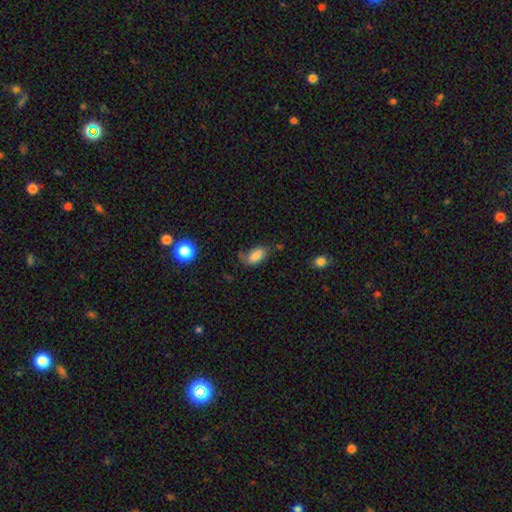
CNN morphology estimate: smooth-or-featured: smooth: 80% | featured or disk: 11% | star or artifact: 9%
  how-rounded: in between: 91% | round: 5% | cigar-shaped: 4%
  merging: none: 51% | minor disturbance: 29% | major disturbance: 14% | merger: 5%